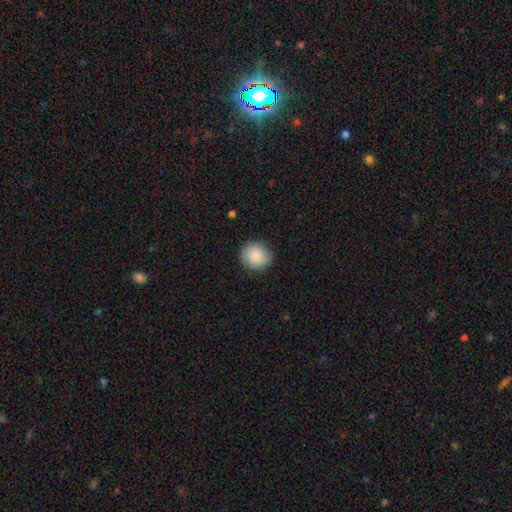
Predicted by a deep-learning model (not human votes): A smooth galaxy with no disk features (87%) that is round (89%). Merging: none (88%).